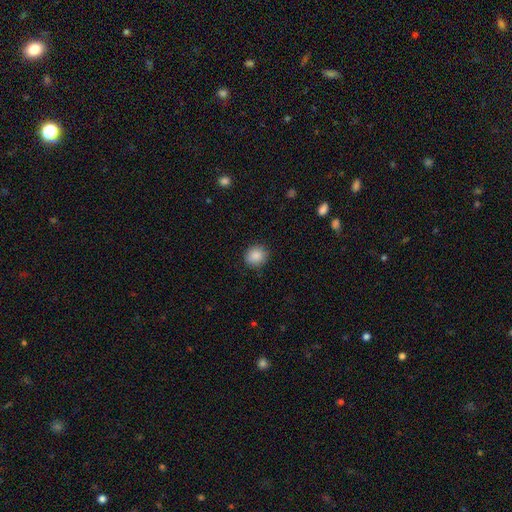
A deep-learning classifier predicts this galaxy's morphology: Q: Smooth or featured?
A: smooth (88%); runner-up: star or artifact (8%)
Q: How rounded?
A: round (86%); runner-up: in between (13%)
Q: Merging?
A: none (88%); runner-up: minor disturbance (8%)